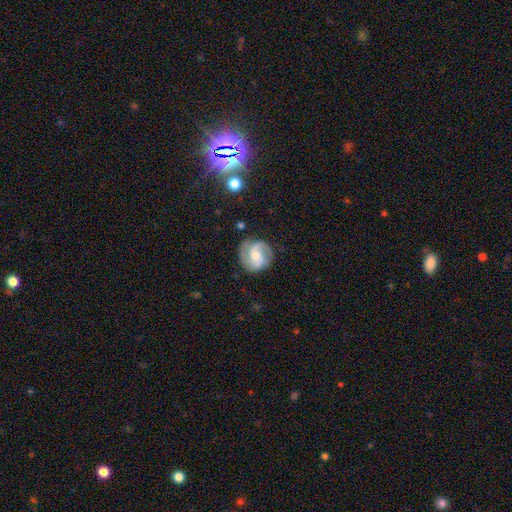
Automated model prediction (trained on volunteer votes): Smooth or featured: featured or disk — 75% (smooth — 19%)
Edge-on disk: no — 98% (yes — 2%)
Bar: no — 44% (weak — 42%)
Spiral arms: yes — 93% (no — 7%)
Spiral winding: medium — 48% (tight — 32%)
Spiral arm count: 2 — 63% (3 — 17%)
Bulge size: moderate — 59% (small — 35%)
Merging: none — 77% (minor disturbance — 16%)